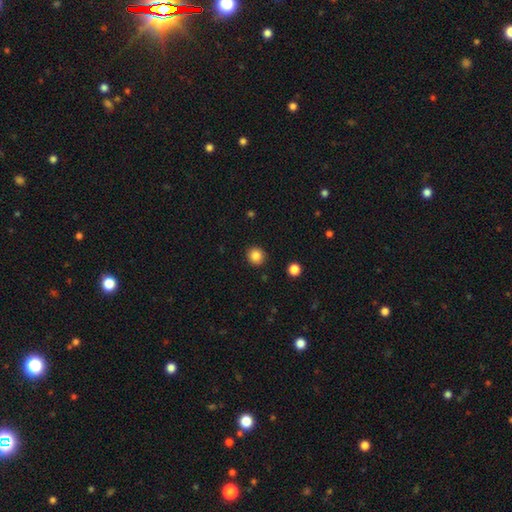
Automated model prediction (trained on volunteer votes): Morphology: type=smooth (84%); roundness=round (92%); merging=none (91%).